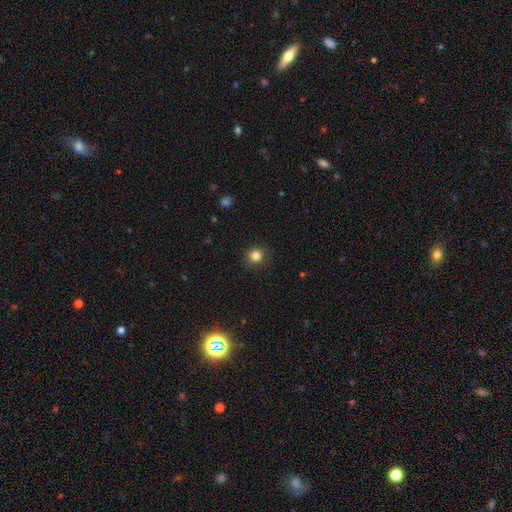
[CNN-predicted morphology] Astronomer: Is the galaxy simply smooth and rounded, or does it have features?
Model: smooth — 83%.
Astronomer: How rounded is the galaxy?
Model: round — 92%.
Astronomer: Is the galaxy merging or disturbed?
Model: none — 91%.